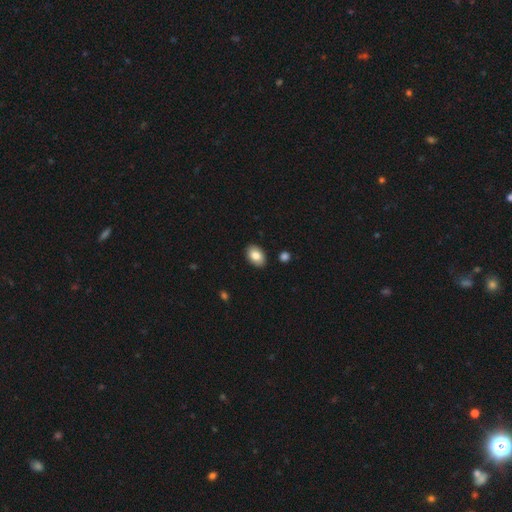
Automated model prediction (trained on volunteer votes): A smooth galaxy with no disk features (84%) that is in between round and cigar-shaped (87%). Merging: none (89%).